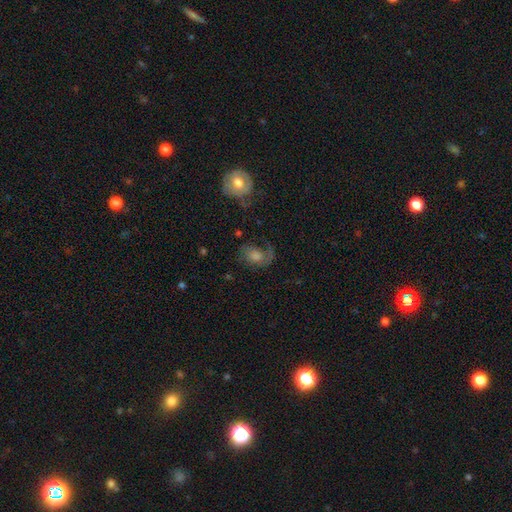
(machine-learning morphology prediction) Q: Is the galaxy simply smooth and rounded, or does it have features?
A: featured or disk — 57%.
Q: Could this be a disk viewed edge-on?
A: no — 96%.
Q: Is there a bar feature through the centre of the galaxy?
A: no — 73%.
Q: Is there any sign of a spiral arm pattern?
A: yes — 85%.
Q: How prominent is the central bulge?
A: moderate — 48%.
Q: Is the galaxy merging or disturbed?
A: none — 48%.